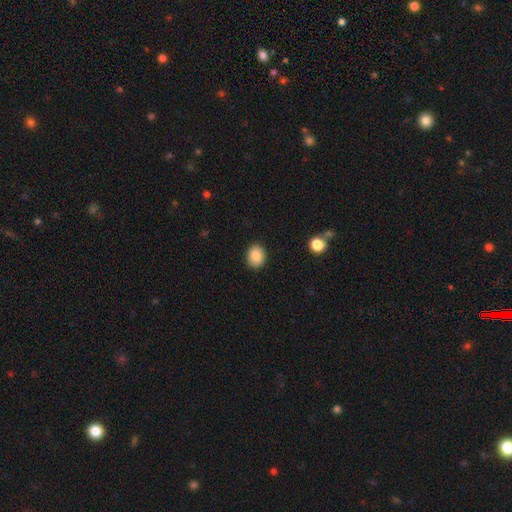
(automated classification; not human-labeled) Smooth or featured?
  - smooth: 87% *
  - star or artifact: 8%
  - featured or disk: 5%
How rounded?
  - round: 55% *
  - in between: 44%
  - cigar-shaped: 1%
Merging?
  - none: 90% *
  - minor disturbance: 7%
  - major disturbance: 2%
  - merger: 1%